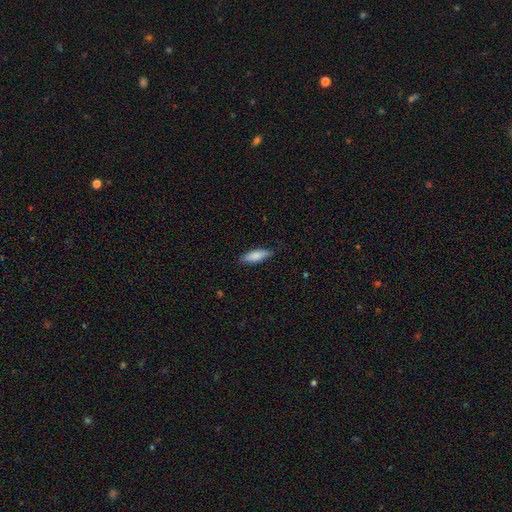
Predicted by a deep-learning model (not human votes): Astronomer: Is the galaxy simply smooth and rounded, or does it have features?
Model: smooth — 82%.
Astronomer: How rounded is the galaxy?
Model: cigar-shaped — 49%, tied with in between at 49%.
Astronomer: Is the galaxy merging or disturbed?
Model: none — 83%.